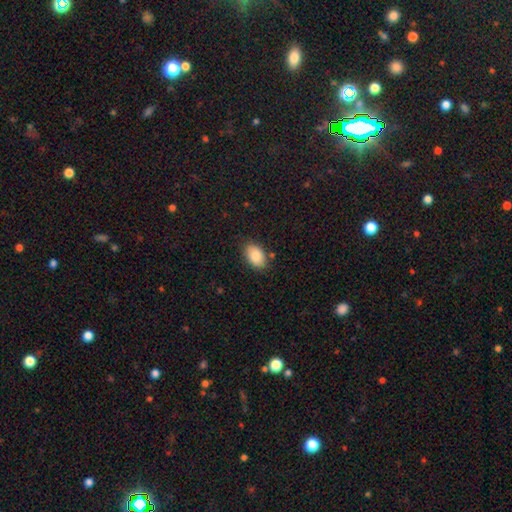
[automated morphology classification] smooth_or_featured: smooth (p=0.85) [alt: featured or disk p=0.08]
how_rounded: in between (p=0.91) [alt: round p=0.08]
merging: none (p=0.82) [alt: minor disturbance p=0.13]